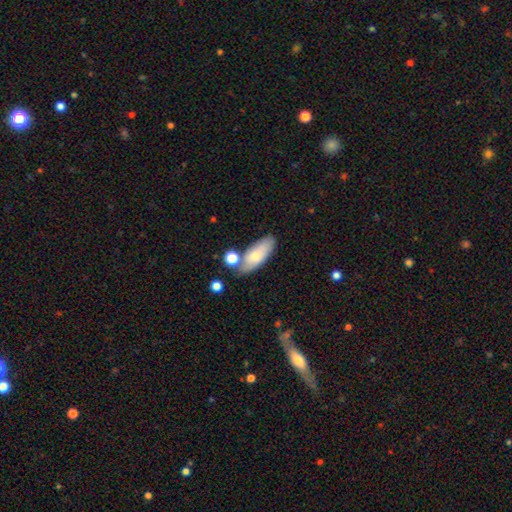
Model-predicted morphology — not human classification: smooth 70%, featured or disk 23%, star or artifact 7%. Down the decision tree: how rounded — in between (79%); merging — none (64%).